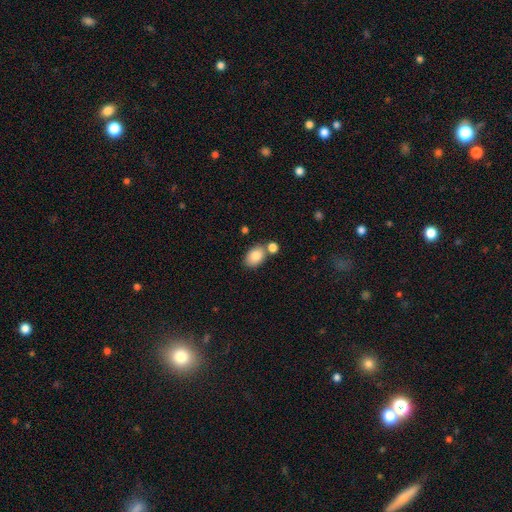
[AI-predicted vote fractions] The model was most divided on "merging": none: 62%, merger: 22%, minor disturbance: 13%, major disturbance: 4%. More confident: how rounded — in between (84%); smooth or featured — smooth (84%).